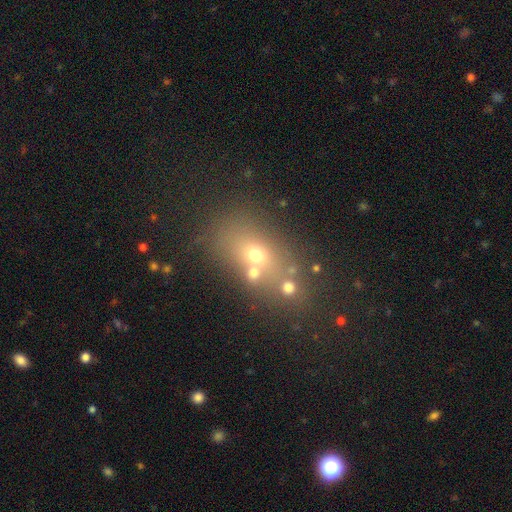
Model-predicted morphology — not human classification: smooth-or-featured: smooth: 50% | featured or disk: 25% | star or artifact: 25%
  how-rounded: in between: 56% | round: 40% | cigar-shaped: 4%
  merging: none: 45% | merger: 37% | minor disturbance: 11% | major disturbance: 7%